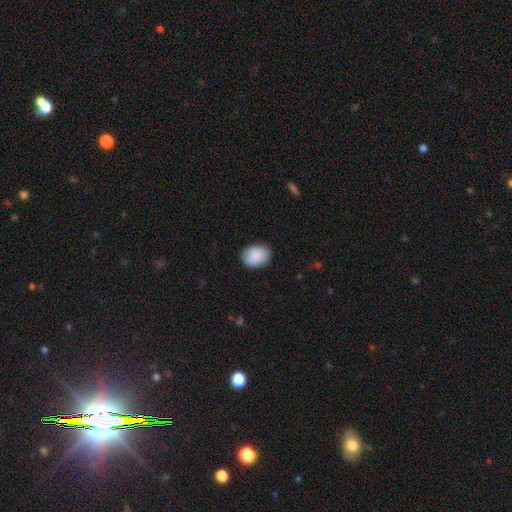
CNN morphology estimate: smooth_or_featured: smooth (p=0.90) [alt: star or artifact p=0.06]
how_rounded: in between (p=0.67) [alt: round p=0.32]
merging: none (p=0.86) [alt: minor disturbance p=0.10]